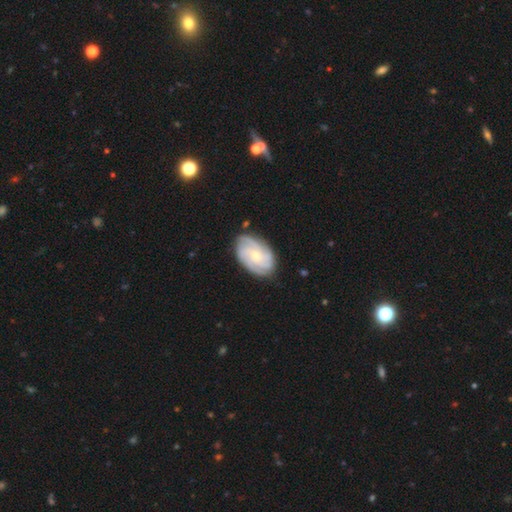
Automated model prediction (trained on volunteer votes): This is likely a featured or disk galaxy (78%). It is clearly not viewed edge-on (97%). Bar: likely no (68%). Spiral arm pattern: clearly yes (96%). Spiral arm count: marginally 4 (30%). Spiral winding: likely tight (61%). Central bulge: possibly small (59%). Merging: clearly none (80%).